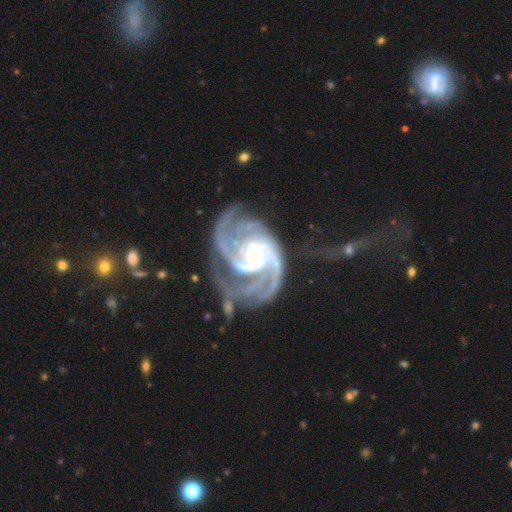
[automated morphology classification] Q: Smooth or featured?
A: featured or disk (93%); runner-up: star or artifact (4%)
Q: Edge-on disk?
A: no (98%); runner-up: yes (2%)
Q: Bar?
A: no (57%); runner-up: weak (29%)
Q: Spiral arms?
A: yes (98%); runner-up: no (2%)
Q: Spiral winding?
A: tight (53%); runner-up: medium (38%)
Q: Spiral arm count?
A: 3 (32%); runner-up: 2 (23%)
Q: Bulge size?
A: small (52%); runner-up: moderate (39%)
Q: Merging?
A: none (39%); runner-up: major disturbance (30%)